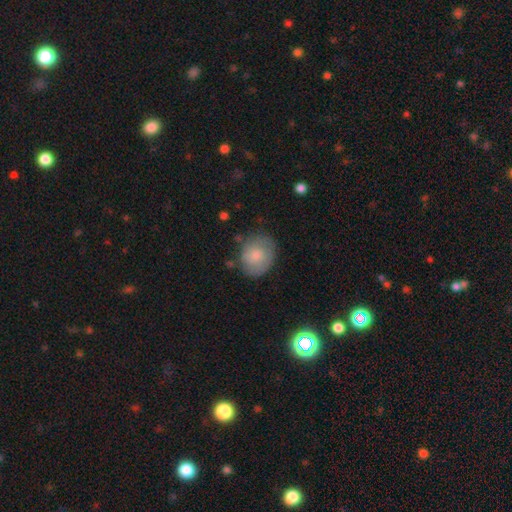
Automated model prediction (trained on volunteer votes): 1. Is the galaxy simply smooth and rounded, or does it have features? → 74% smooth, 19% featured or disk, 7% star or artifact.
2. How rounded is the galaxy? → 67% round, 33% in between, 1% cigar-shaped.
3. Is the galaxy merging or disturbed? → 68% none, 23% minor disturbance, 7% major disturbance, 3% merger.